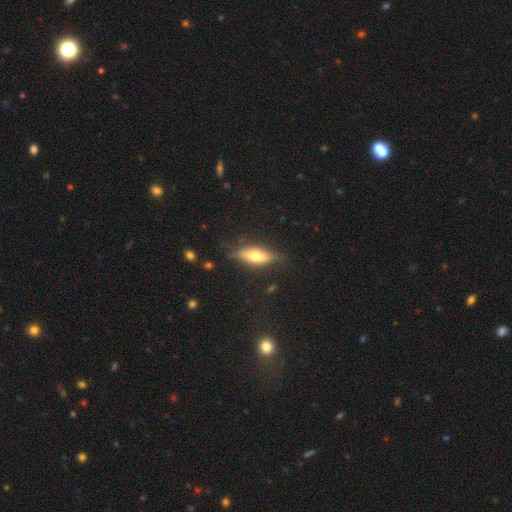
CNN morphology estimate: type=smooth (58%); roundness=in between (58%); merging=none (74%).